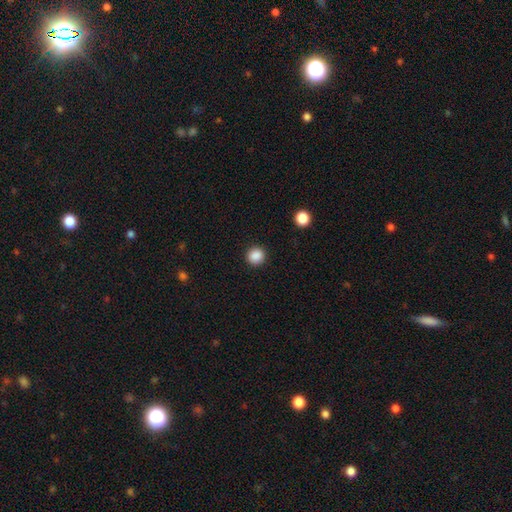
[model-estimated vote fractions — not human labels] A smooth galaxy with no disk features (88%) that is round (91%). Merging: none (92%).